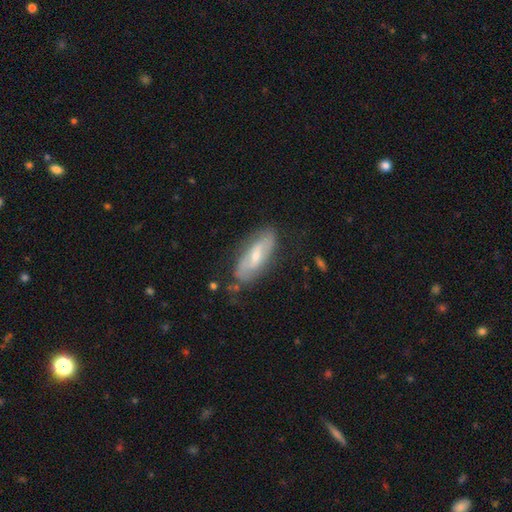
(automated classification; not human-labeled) A featured or disk galaxy (56%). Merging: none (73%).